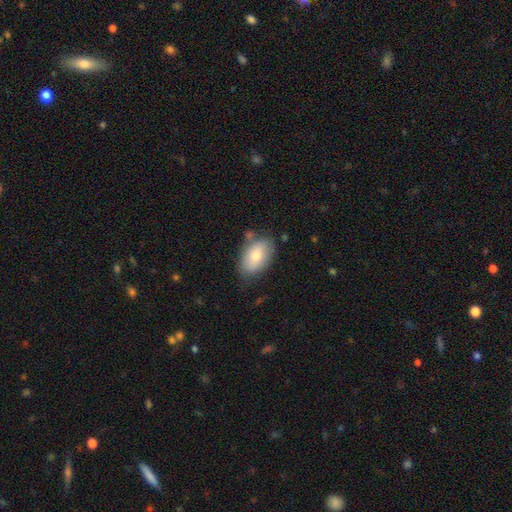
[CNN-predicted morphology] Smooth or featured?
  - smooth: 75% *
  - featured or disk: 19%
  - star or artifact: 7%
How rounded?
  - in between: 92% *
  - round: 7%
  - cigar-shaped: 2%
Merging?
  - none: 71% *
  - minor disturbance: 19%
  - merger: 5%
  - major disturbance: 5%